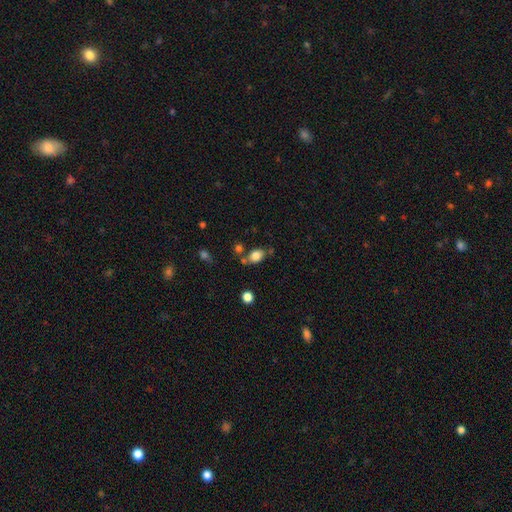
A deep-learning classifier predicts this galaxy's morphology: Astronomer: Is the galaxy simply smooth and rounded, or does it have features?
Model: smooth — 81%.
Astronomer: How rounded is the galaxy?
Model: in between — 70%.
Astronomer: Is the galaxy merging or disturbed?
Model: none — 64%.